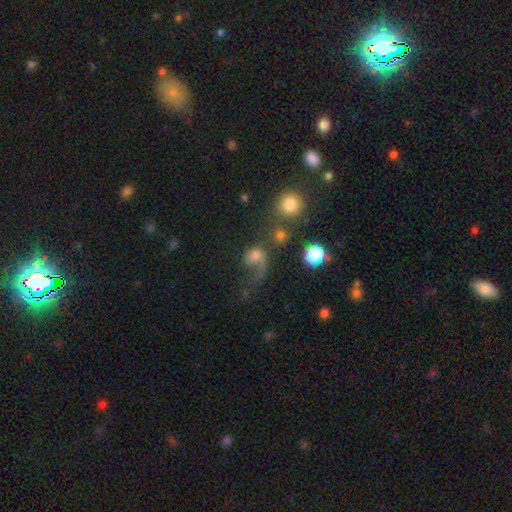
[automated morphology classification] smooth-or-featured: smooth: 52% | featured or disk: 36% | star or artifact: 12%
  how-rounded: round: 64% | in between: 34% | cigar-shaped: 2%
  merging: major disturbance: 52% | none: 23% | merger: 13% | minor disturbance: 12%